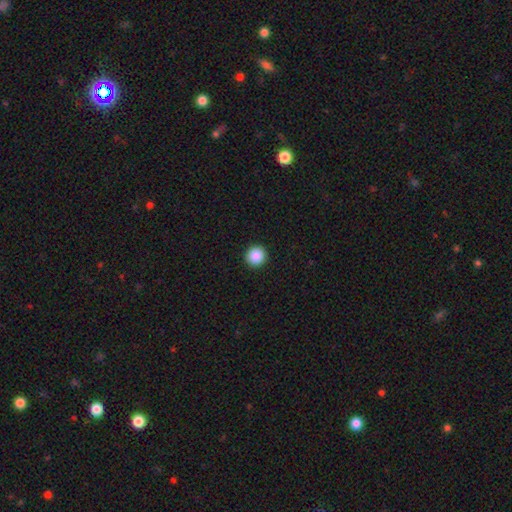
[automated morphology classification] smooth 87%, star or artifact 9%, featured or disk 4%. Down the decision tree: how rounded — round (95%); merging — none (93%).